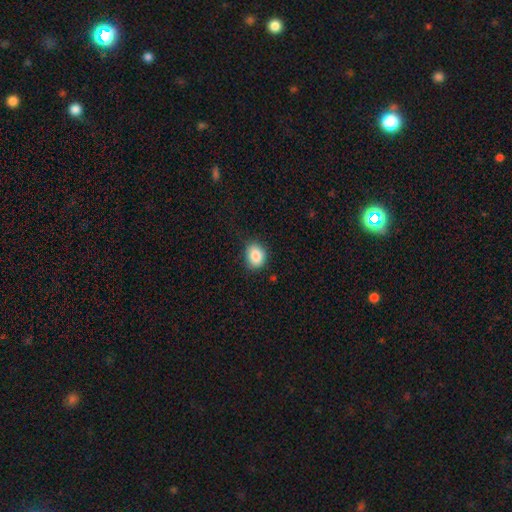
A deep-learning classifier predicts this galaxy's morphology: Smooth or featured? smooth (85%)
How rounded? round (51%)
Merging? none (79%)